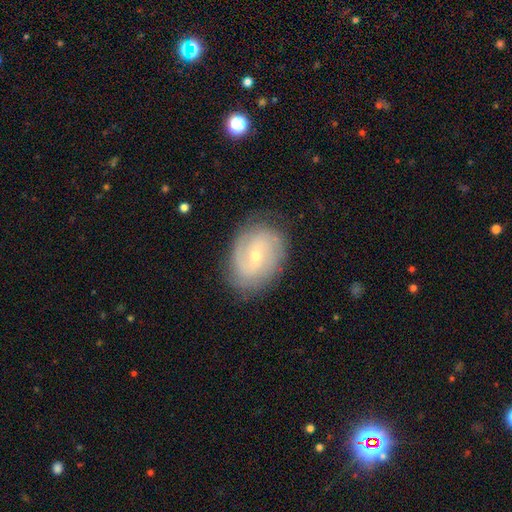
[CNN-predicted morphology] type=featured or disk (77%); edge-on=no (97%); bar=no (46%); spiral arms=yes (92%); winding=tight (49%); arm count=2 (47%); bulge=small (74%); merging=none (81%).